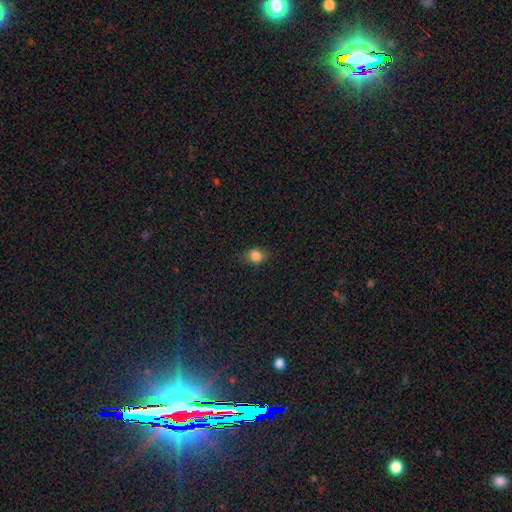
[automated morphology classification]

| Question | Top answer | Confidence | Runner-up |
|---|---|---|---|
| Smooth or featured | smooth | 84% | star or artifact (11%) |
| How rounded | in between | 52% | round (47%) |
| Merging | none | 78% | minor disturbance (17%) |